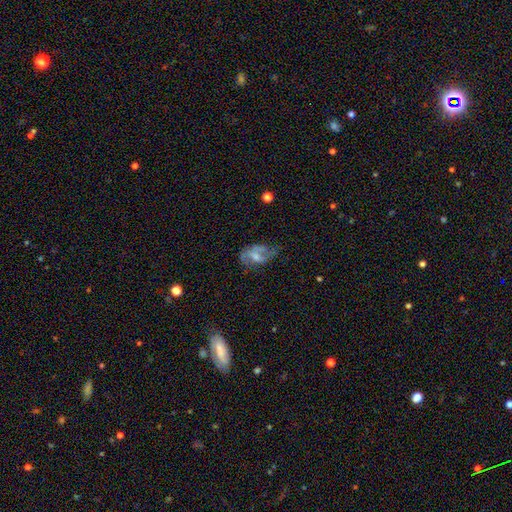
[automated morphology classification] Q: Smooth or featured?
A: featured or disk (61%); runner-up: smooth (27%)
Q: Edge-on disk?
A: no (94%); runner-up: yes (6%)
Q: Bar?
A: no (49%); runner-up: weak (40%)
Q: Spiral arms?
A: yes (71%); runner-up: no (29%)
Q: Bulge size?
A: moderate (44%); runner-up: small (40%)
Q: Merging?
A: none (48%); runner-up: minor disturbance (27%)